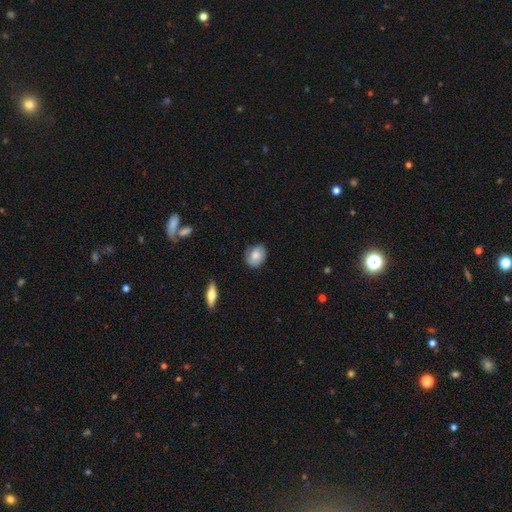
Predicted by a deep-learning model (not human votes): Smooth or featured?
  - smooth: 73% *
  - featured or disk: 20%
  - star or artifact: 7%
How rounded?
  - round: 50% *
  - in between: 49%
  - cigar-shaped: 1%
Merging?
  - none: 77% *
  - minor disturbance: 19%
  - major disturbance: 4%
  - merger: 1%